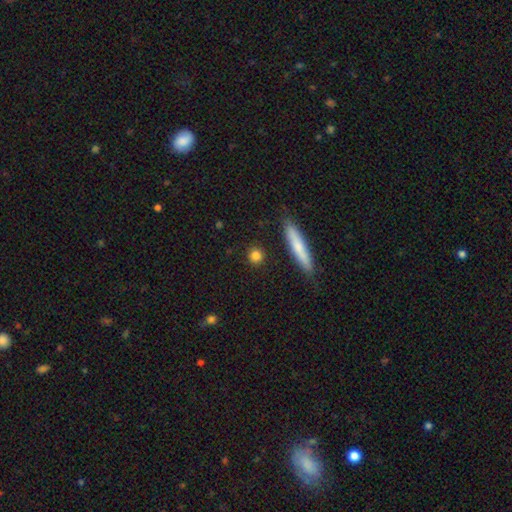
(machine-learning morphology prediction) Smooth or featured?
  - smooth: 82% *
  - star or artifact: 9%
  - featured or disk: 9%
How rounded?
  - round: 77% *
  - cigar-shaped: 12%
  - in between: 11%
Merging?
  - none: 88% *
  - minor disturbance: 7%
  - merger: 3%
  - major disturbance: 2%